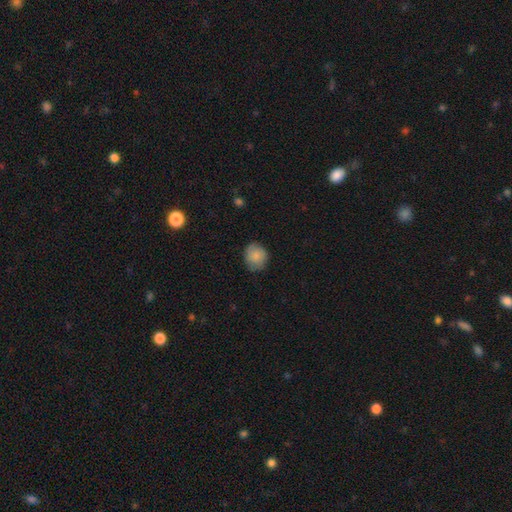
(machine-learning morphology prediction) This is clearly a smooth galaxy (84%). How rounded: likely round (77%). Merging: likely none (77%).